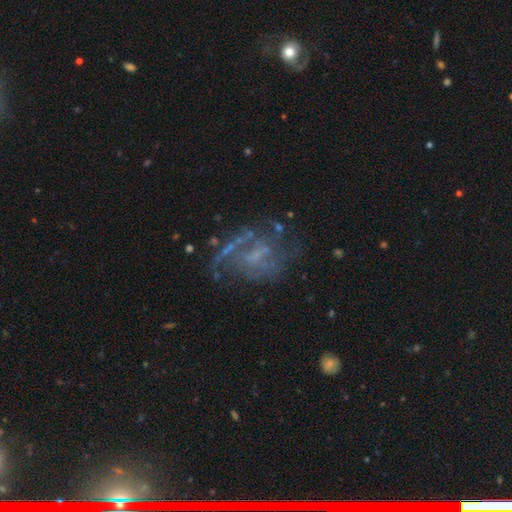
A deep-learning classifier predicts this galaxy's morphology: smooth-or-featured: featured or disk: 75% | star or artifact: 13% | smooth: 12%
  disk-edge-on: no: 97% | yes: 3%
    bar: weak: 43% (tied) | no: 43% (tied) | strong: 14%
    has-spiral-arms: yes: 77% | no: 23%
      spiral-winding: medium: 44% | loose: 35% | tight: 21%
      spiral-arm-count: 2: 43% | can't tell: 28% | 1: 12% | 3: 9% | 4: 4% | more than 4: 4%
    bulge-size: none: 52% | small: 30% | moderate: 15% | large: 2% | dominant: 1%
  merging: none: 53% | major disturbance: 25% | minor disturbance: 18% | merger: 4%